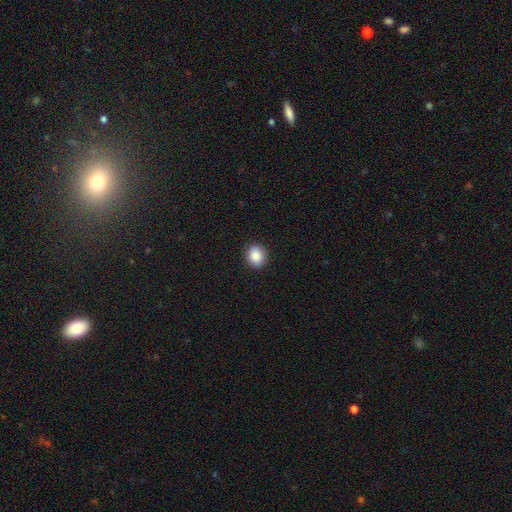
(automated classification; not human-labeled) Morphology: type=smooth (88%); roundness=round (74%); merging=none (92%).